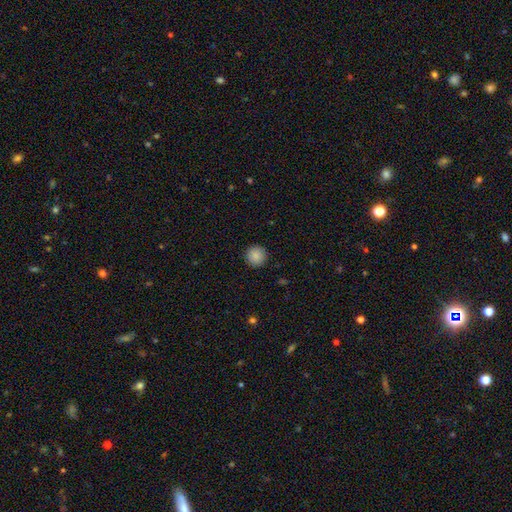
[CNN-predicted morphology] Smooth or featured? smooth (88%)
How rounded? round (96%)
Merging? none (92%)